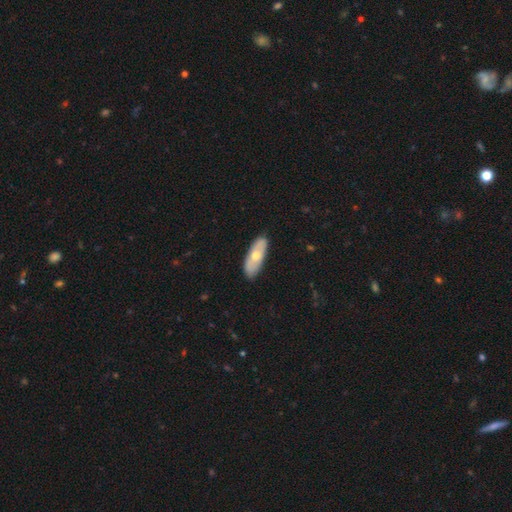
A smooth galaxy with no disk features (55%) that is in between round and cigar-shaped (52%). Merging: none (75%).